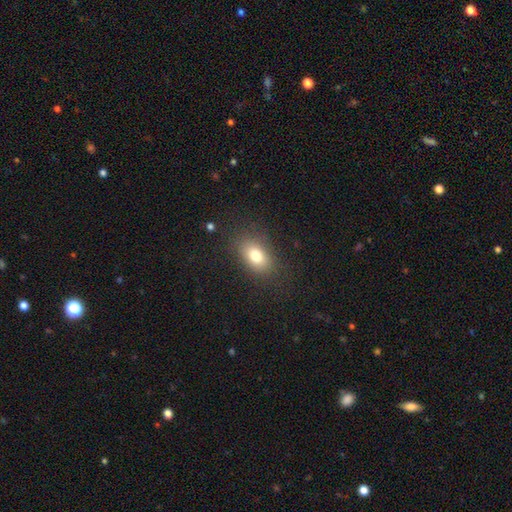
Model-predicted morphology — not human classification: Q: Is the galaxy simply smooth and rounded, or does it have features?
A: smooth — 78%.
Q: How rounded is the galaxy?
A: in between — 81%.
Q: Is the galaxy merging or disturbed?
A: none — 82%.